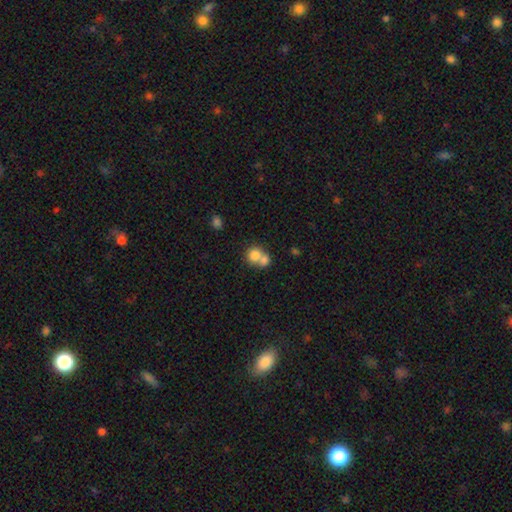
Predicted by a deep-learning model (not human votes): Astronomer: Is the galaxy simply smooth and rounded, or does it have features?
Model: smooth — 77%.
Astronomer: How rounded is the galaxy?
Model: round — 79%.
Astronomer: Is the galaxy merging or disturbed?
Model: merger — 63%.